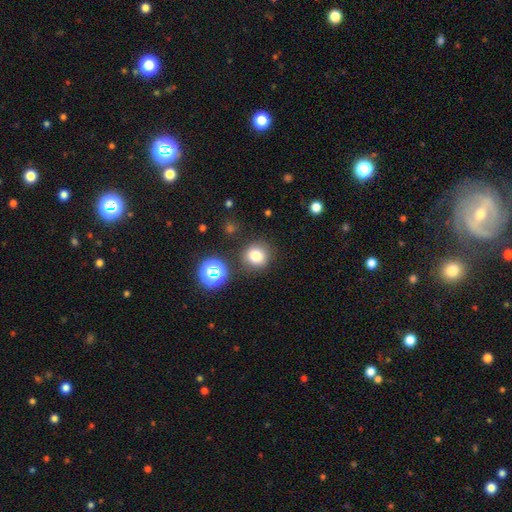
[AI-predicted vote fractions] smooth-or-featured: smooth: 77% | star or artifact: 16% | featured or disk: 7%
  how-rounded: round: 90% | in between: 9% | cigar-shaped: 1%
  merging: none: 83% | minor disturbance: 9% | merger: 5% | major disturbance: 3%